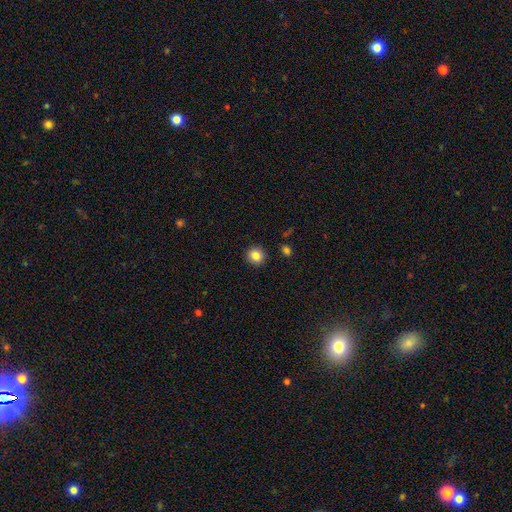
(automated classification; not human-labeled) Smooth or featured?
  - smooth: 84% *
  - star or artifact: 10%
  - featured or disk: 6%
How rounded?
  - round: 91% *
  - in between: 8%
  - cigar-shaped: 1%
Merging?
  - none: 92% *
  - minor disturbance: 5%
  - major disturbance: 2%
  - merger: 1%